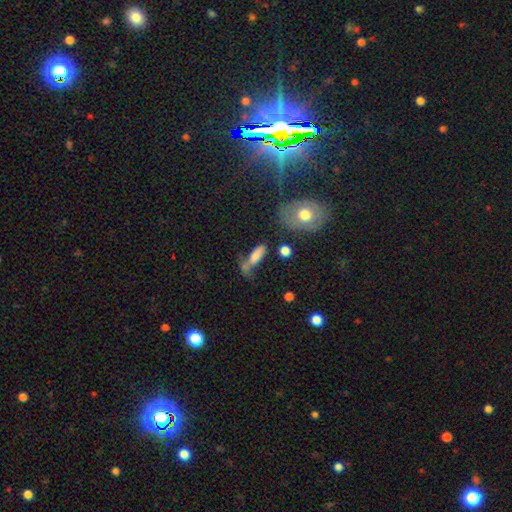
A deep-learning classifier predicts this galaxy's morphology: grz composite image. It shows a smooth galaxy with no disk features (71%) that is in between round and cigar-shaped (54%). Merging: none (42%).